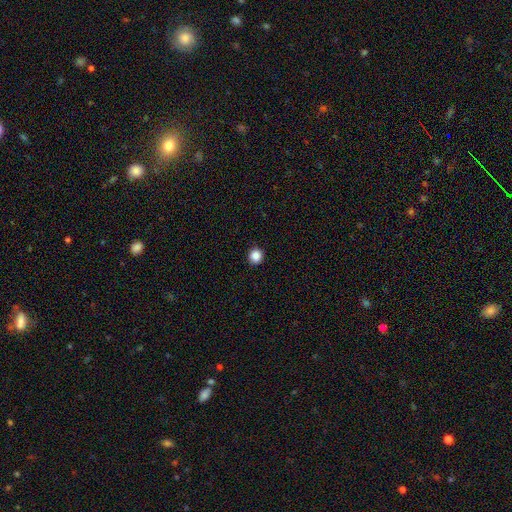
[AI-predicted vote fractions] Morphology: type=smooth (87%); roundness=round (94%); merging=none (93%).